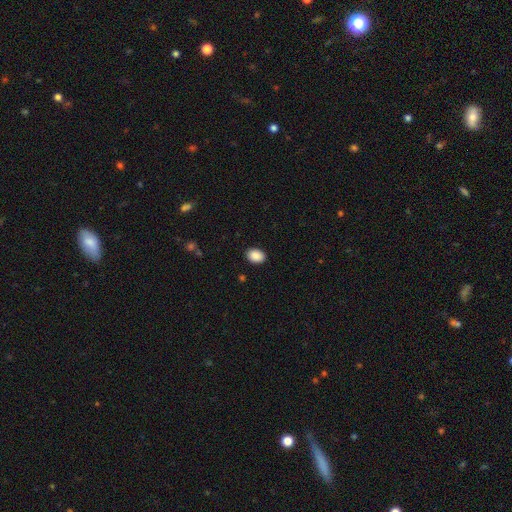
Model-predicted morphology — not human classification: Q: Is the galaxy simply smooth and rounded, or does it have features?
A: smooth — 90%.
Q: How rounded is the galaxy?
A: in between — 76%.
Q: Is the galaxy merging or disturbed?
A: none — 89%.